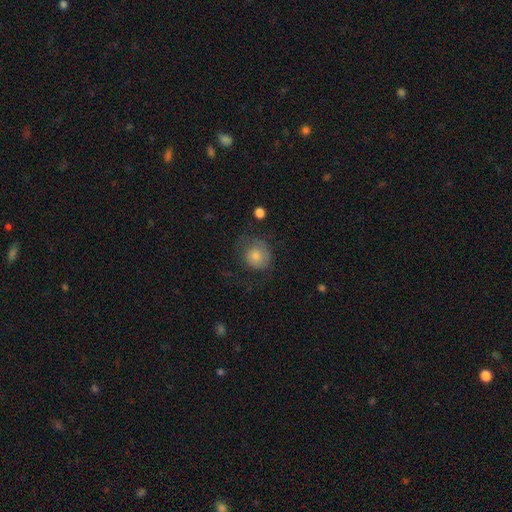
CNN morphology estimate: This is likely a smooth galaxy (62%). How rounded: clearly round (83%). Merging: possibly none (58%).